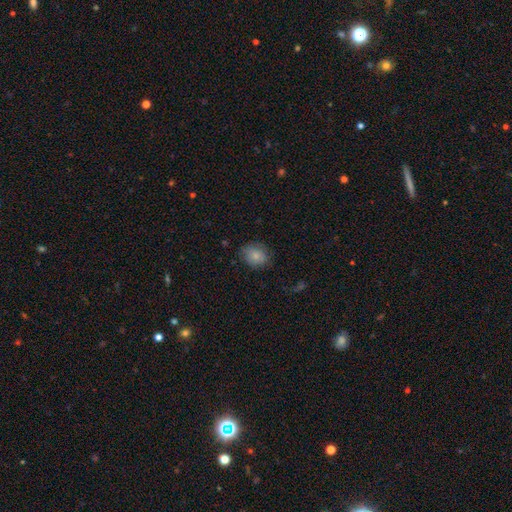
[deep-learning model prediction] smooth_or_featured: smooth (p=0.82) [alt: featured or disk p=0.09]
how_rounded: round (p=0.59) [alt: in between p=0.40]
merging: none (p=0.74) [alt: minor disturbance p=0.20]